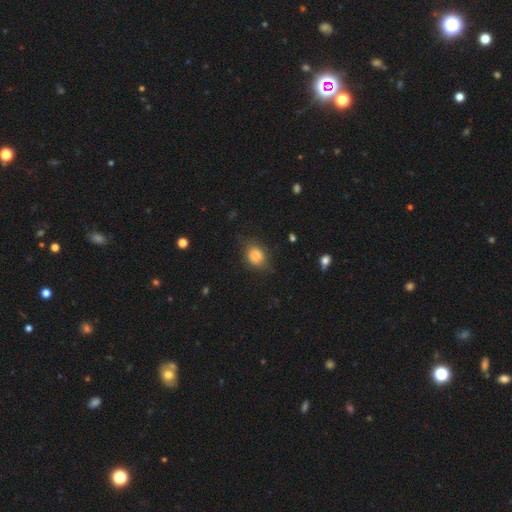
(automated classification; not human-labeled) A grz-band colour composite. It shows a smooth galaxy with no disk features (83%) that is in between round and cigar-shaped (57%). Merging: none (66%).